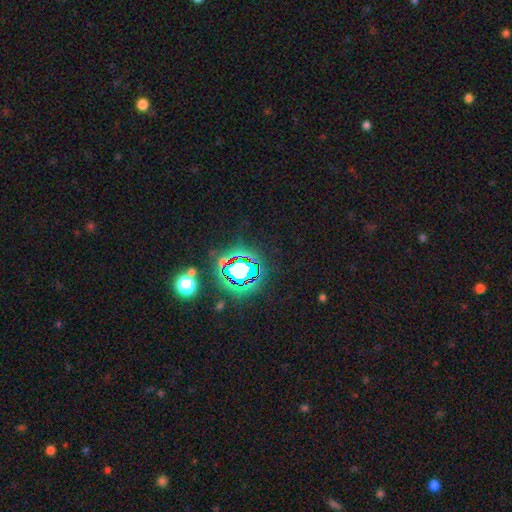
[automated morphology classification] star or artifact 84%, smooth 10%, featured or disk 7%.